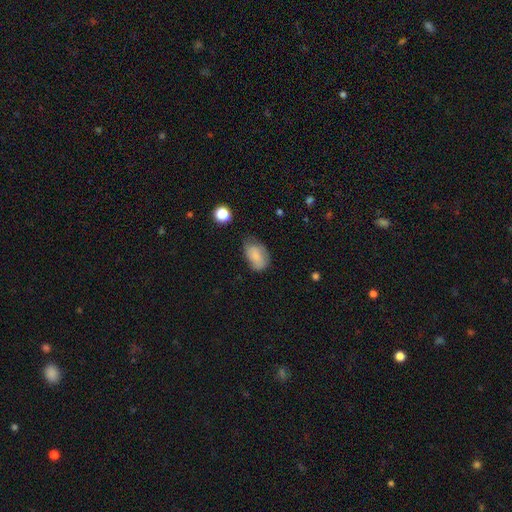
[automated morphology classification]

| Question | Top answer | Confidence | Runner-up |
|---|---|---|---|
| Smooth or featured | smooth | 77% | featured or disk (15%) |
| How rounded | in between | 87% | round (11%) |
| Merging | none | 48% | minor disturbance (38%) |